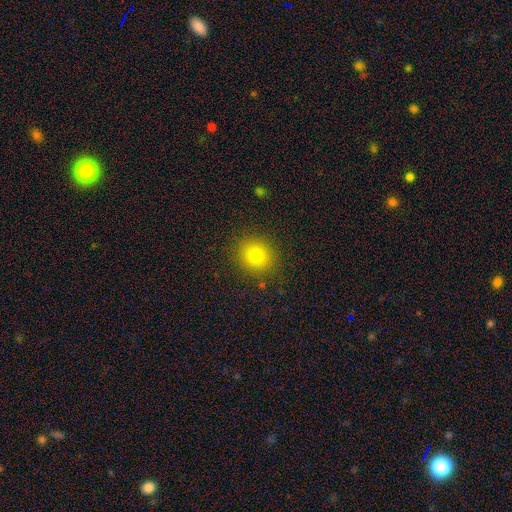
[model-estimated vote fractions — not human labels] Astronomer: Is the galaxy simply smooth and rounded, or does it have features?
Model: smooth — 79%.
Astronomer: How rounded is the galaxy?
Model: round — 82%.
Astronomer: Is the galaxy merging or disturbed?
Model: none — 88%.